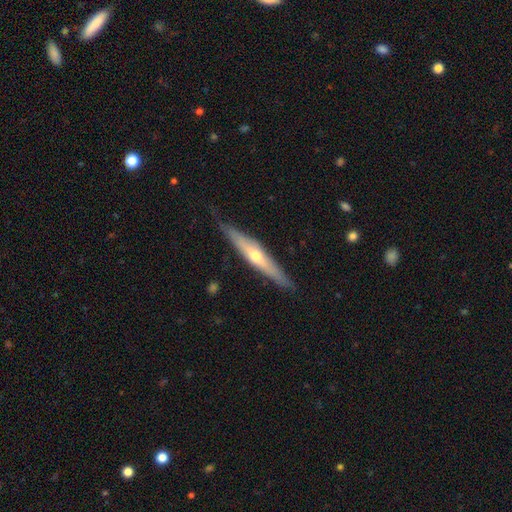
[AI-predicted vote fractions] The model was most divided on "smooth or featured": featured or disk: 64%, smooth: 31%, star or artifact: 6%. More confident: edge-on disk — yes (91%); merging — none (83%); edge-on bulge — rounded (82%).